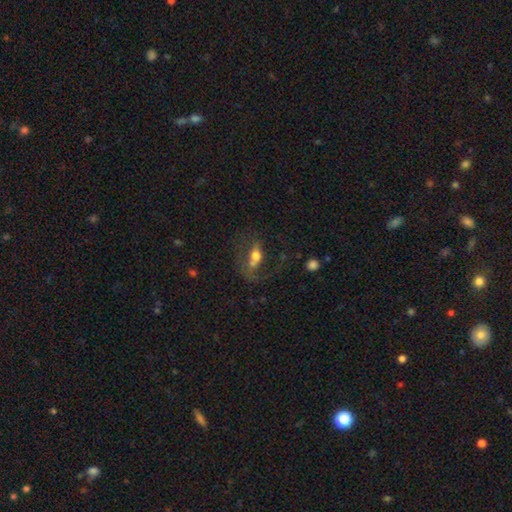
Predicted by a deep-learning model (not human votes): smooth-or-featured: smooth: 46% | featured or disk: 42% | star or artifact: 11%
  merging: none: 32% | merger: 28% | major disturbance: 26% | minor disturbance: 14%